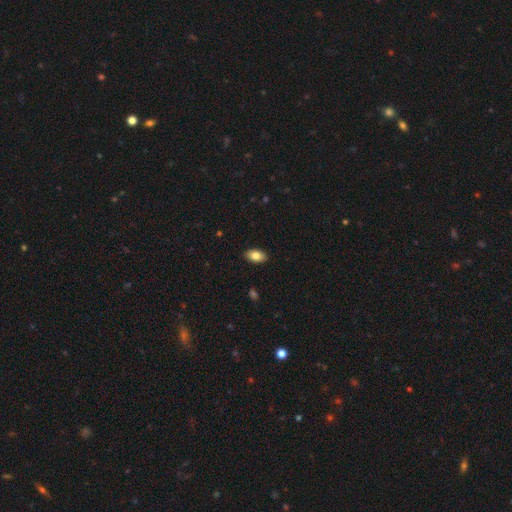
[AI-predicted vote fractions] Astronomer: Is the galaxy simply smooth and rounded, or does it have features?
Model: smooth — 83%.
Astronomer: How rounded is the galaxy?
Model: in between — 93%.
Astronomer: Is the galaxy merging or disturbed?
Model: none — 89%.